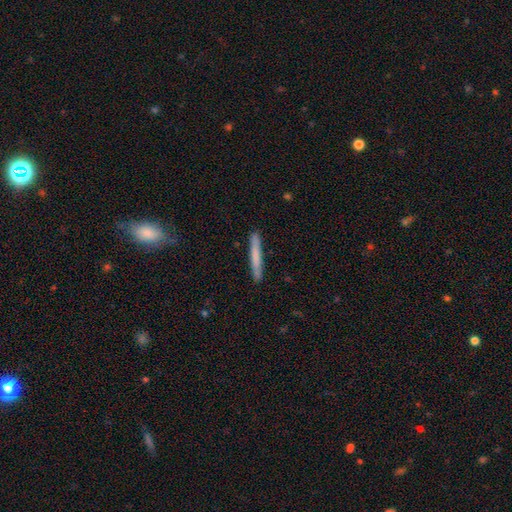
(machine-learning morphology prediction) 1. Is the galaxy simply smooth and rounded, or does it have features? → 71% smooth, 24% featured or disk, 6% star or artifact.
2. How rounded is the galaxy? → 97% cigar-shaped, 2% in between, 1% round.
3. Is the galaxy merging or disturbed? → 90% none, 7% minor disturbance, 1% major disturbance, 1% merger.